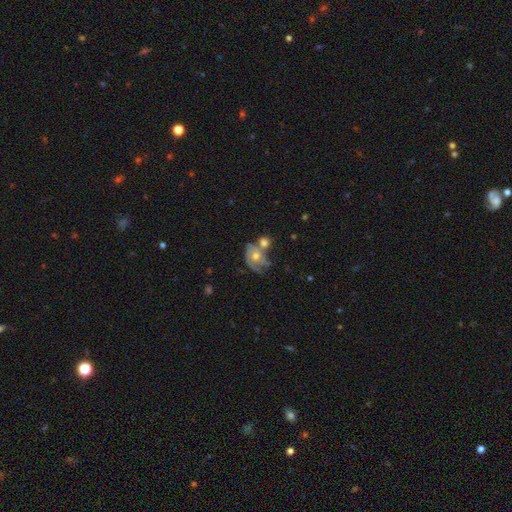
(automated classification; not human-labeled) The model was most divided on "merging": merger: 37%, none: 30%, major disturbance: 17%, minor disturbance: 16%. More confident: edge-on disk — no (97%); bar — no (79%); spiral arms — yes (79%); bulge size — moderate (71%); smooth or featured — featured or disk (65%).